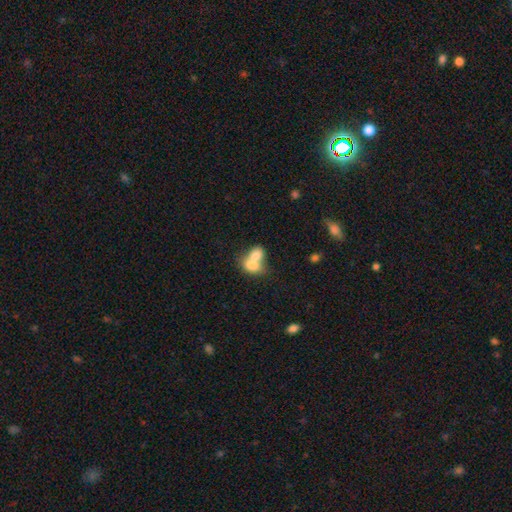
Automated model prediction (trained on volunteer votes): Smooth or featured?
  - smooth: 75% *
  - featured or disk: 17%
  - star or artifact: 8%
How rounded?
  - in between: 68% *
  - round: 30%
  - cigar-shaped: 1%
Merging?
  - merger: 76% *
  - none: 15%
  - minor disturbance: 5%
  - major disturbance: 3%